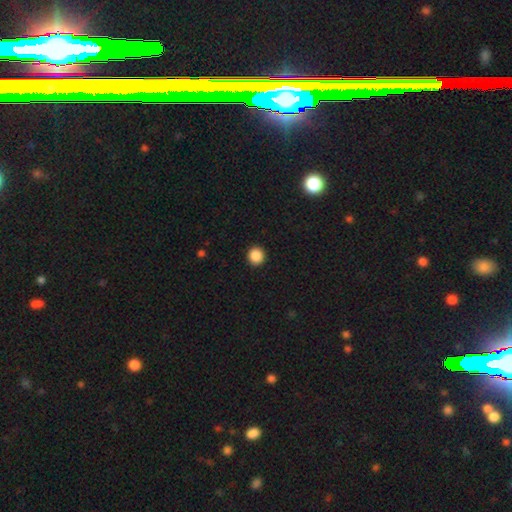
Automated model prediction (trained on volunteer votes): Q: Smooth or featured?
A: smooth (88%); runner-up: star or artifact (9%)
Q: How rounded?
A: round (93%); runner-up: in between (6%)
Q: Merging?
A: none (93%); runner-up: minor disturbance (4%)